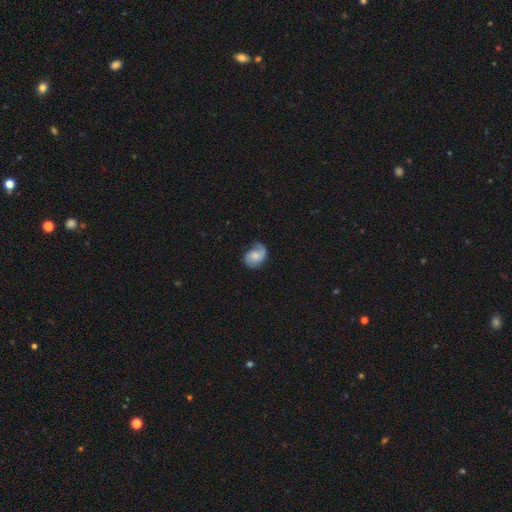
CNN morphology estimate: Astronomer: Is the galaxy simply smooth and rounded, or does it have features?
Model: featured or disk — 67%.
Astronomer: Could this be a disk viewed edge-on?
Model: no — 98%.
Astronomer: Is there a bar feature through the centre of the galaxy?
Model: no — 69%.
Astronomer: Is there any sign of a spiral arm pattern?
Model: yes — 93%.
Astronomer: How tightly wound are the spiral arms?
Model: medium — 42% (runner-up: loose, 31%).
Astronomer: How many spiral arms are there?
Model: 2 — 64%.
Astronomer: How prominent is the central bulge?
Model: small — 45% (runner-up: moderate, 43%).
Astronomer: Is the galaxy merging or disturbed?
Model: none — 59%.